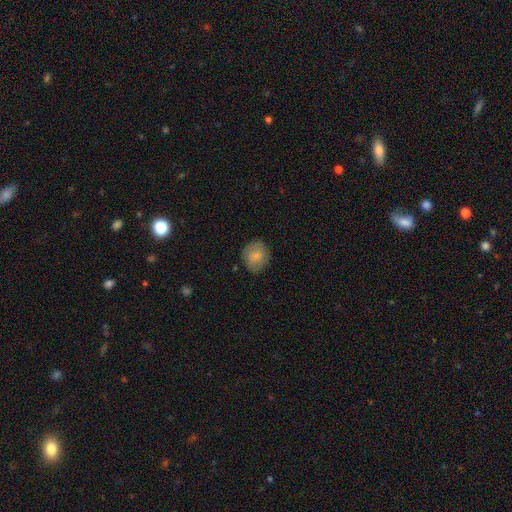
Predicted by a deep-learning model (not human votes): Q: Smooth or featured?
A: smooth (79%); runner-up: featured or disk (14%)
Q: How rounded?
A: round (80%); runner-up: in between (19%)
Q: Merging?
A: none (81%); runner-up: minor disturbance (15%)